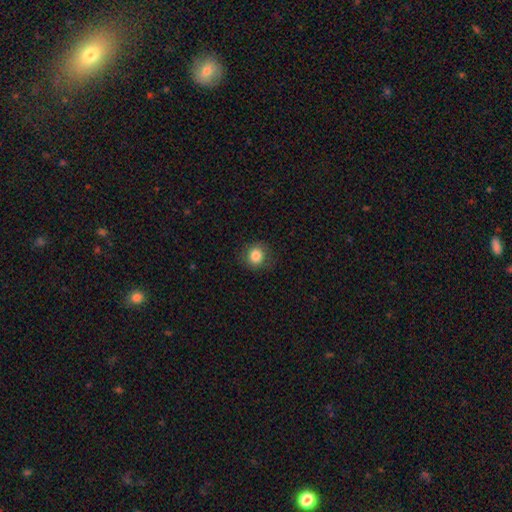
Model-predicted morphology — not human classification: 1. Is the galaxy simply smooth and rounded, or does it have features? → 84% smooth, 10% star or artifact, 6% featured or disk.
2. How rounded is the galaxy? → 83% round, 16% in between, 1% cigar-shaped.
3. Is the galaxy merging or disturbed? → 83% none, 12% minor disturbance, 4% major disturbance, 1% merger.